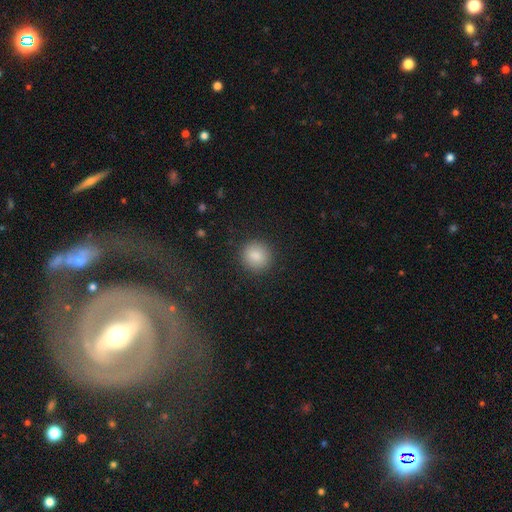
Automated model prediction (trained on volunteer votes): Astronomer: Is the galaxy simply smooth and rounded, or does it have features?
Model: smooth — 86%.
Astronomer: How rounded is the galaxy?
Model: round — 91%.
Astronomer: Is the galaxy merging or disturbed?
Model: none — 90%.